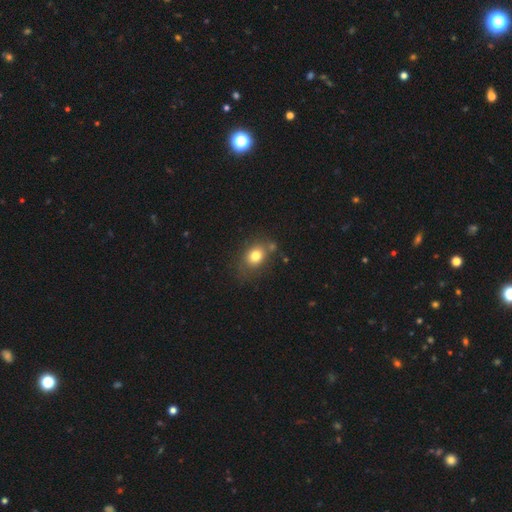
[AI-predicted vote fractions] Overall: smooth (78%). How rounded: in between (57%; round 42%). Merging: none (67%).